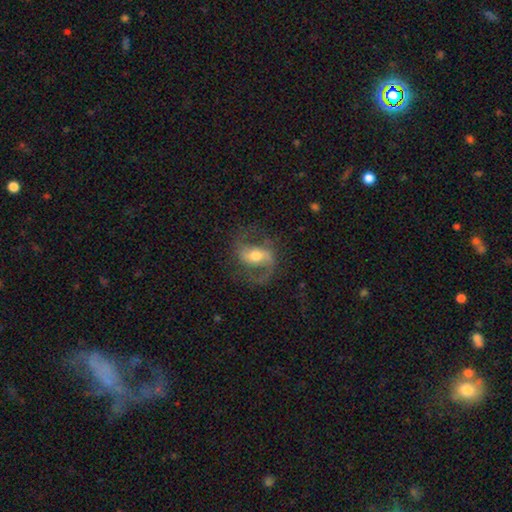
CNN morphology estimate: Smooth or featured? Predicted: featured or disk (p=0.83). Edge-on disk? Predicted: no (p=0.97). Bar? Predicted: weak (p=0.44). Spiral arms? Predicted: yes (p=0.94). Spiral winding? Predicted: medium (p=0.50). Spiral arm count? Predicted: 2 (p=0.89). Bulge size? Predicted: moderate (p=0.70). Merging? Predicted: none (p=0.70).